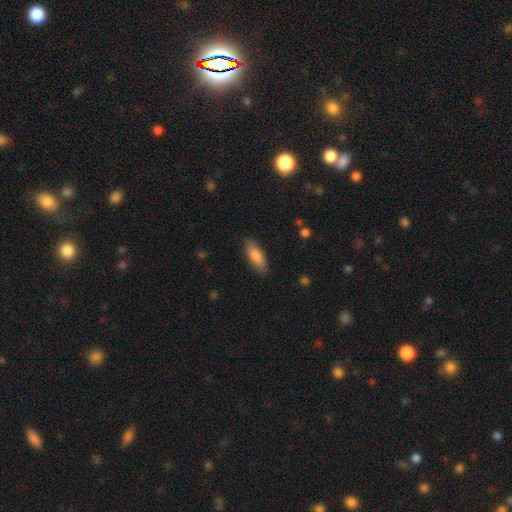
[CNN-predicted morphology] Smooth or featured? smooth (81%)
How rounded? in between (69%)
Merging? none (85%)